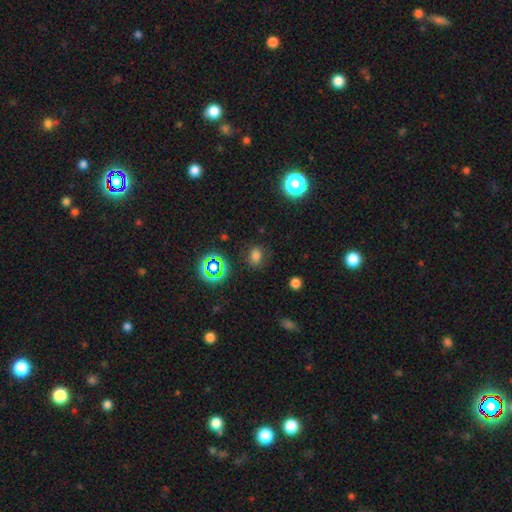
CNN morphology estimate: smooth_or_featured: smooth (p=0.68) [alt: star or artifact p=0.25]
how_rounded: in between (p=0.62) [alt: round p=0.36]
merging: none (p=0.77) [alt: minor disturbance p=0.15]